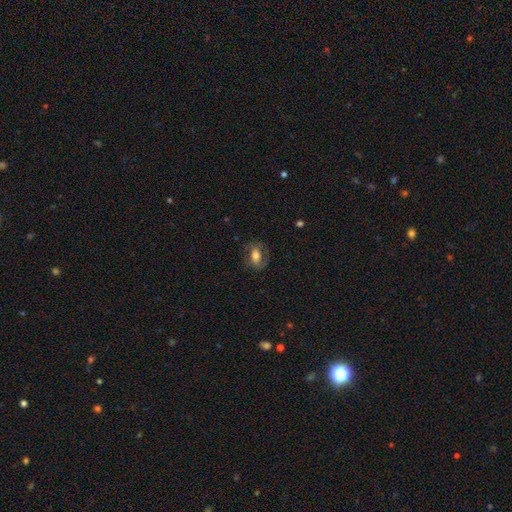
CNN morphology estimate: Q: Smooth or featured?
A: smooth (51%); runner-up: featured or disk (41%)
Q: How rounded?
A: in between (77%); runner-up: round (20%)
Q: Merging?
A: none (67%); runner-up: minor disturbance (19%)